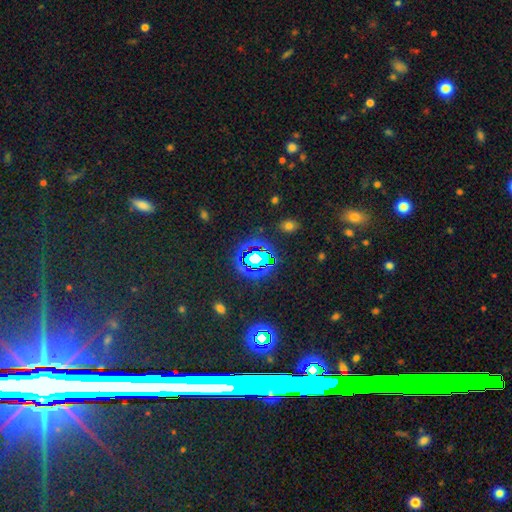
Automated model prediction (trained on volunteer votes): Smooth or featured?
  - star or artifact: 71% *
  - smooth: 18%
  - featured or disk: 11%